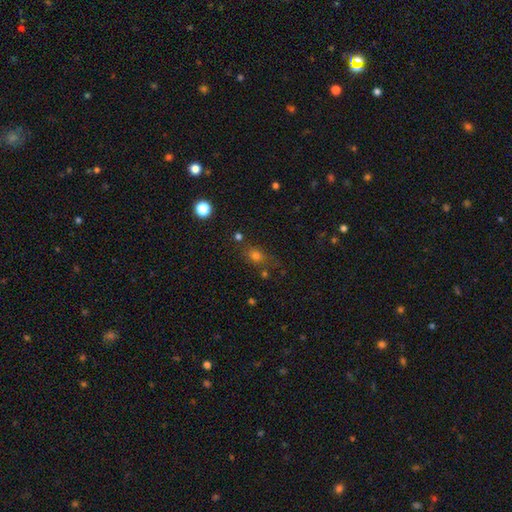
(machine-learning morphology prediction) Smooth or featured: smooth — 67% (star or artifact — 22%)
How rounded: in between — 50% (round — 46%)
Merging: none — 68% (minor disturbance — 17%)